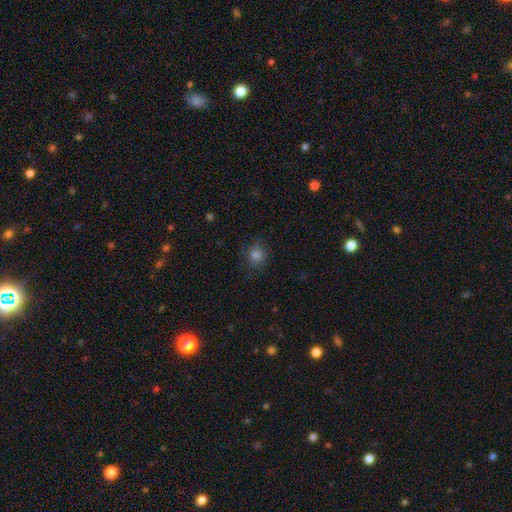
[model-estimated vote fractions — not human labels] smooth_or_featured: smooth (p=0.78) [alt: star or artifact p=0.15]
how_rounded: round (p=0.79) [alt: in between p=0.20]
merging: none (p=0.78) [alt: minor disturbance p=0.16]